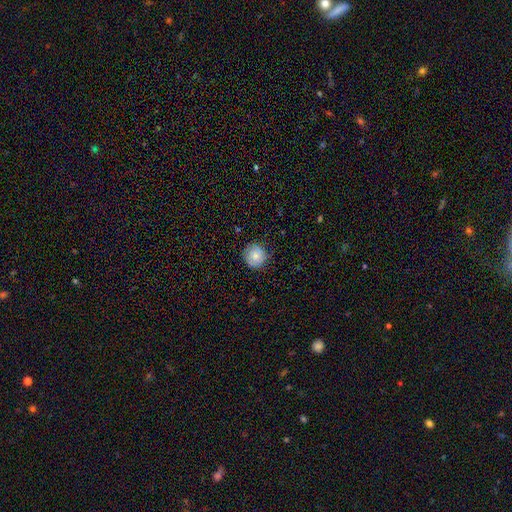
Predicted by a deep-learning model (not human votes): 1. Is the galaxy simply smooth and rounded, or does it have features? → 77% smooth, 15% featured or disk, 8% star or artifact.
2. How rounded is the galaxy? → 91% round, 8% in between, 1% cigar-shaped.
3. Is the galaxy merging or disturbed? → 81% none, 15% minor disturbance, 3% major disturbance, 1% merger.